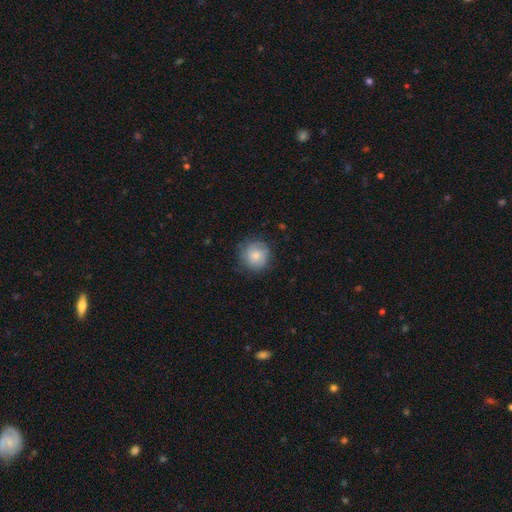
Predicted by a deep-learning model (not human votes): Morphology: type=smooth (76%); roundness=round (93%); merging=none (76%).